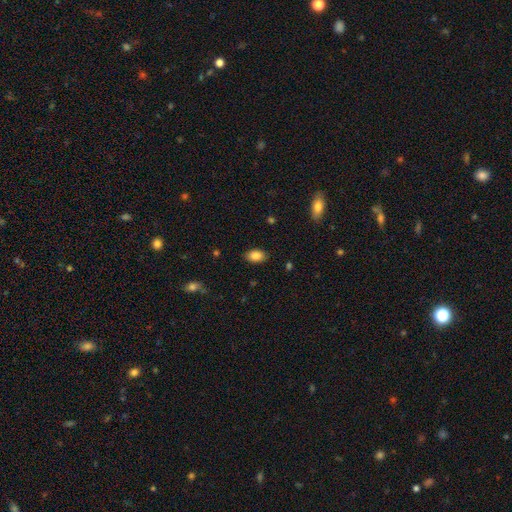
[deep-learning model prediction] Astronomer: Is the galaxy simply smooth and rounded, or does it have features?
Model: smooth — 86%.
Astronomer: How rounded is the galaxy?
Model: in between — 89%.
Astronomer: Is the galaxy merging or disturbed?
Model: none — 87%.